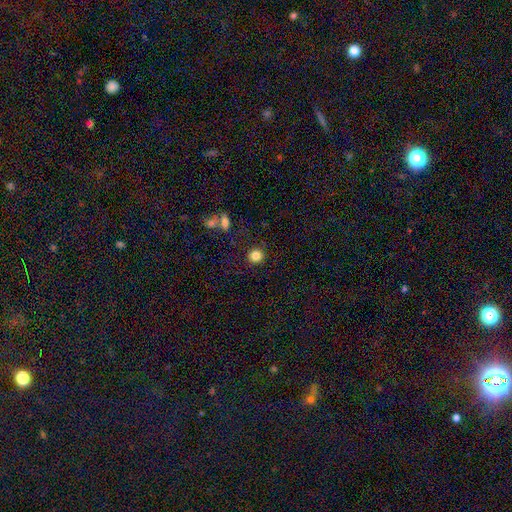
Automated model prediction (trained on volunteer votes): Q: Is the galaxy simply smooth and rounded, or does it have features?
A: smooth — 84%.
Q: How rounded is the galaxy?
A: round — 92%.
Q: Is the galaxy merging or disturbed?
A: none — 88%.